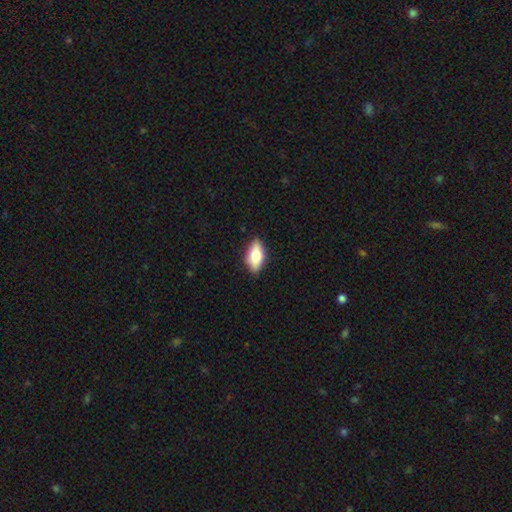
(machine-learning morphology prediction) smooth-or-featured: smooth: 73% | featured or disk: 20% | star or artifact: 7%
  how-rounded: in between: 86% | cigar-shaped: 10% | round: 4%
  merging: none: 85% | minor disturbance: 11% | major disturbance: 2% | merger: 1%